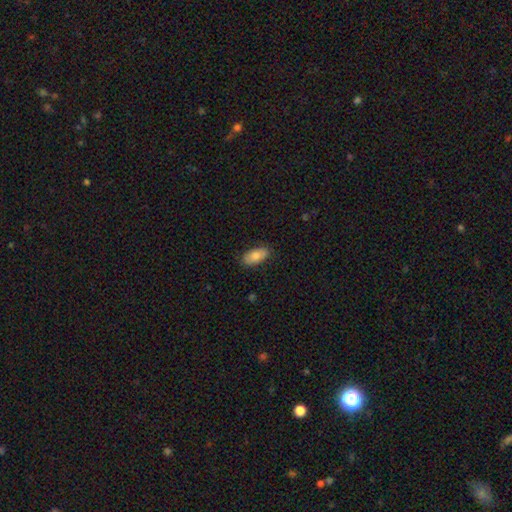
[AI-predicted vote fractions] Smooth or featured? smooth (79%)
How rounded? in between (91%)
Merging? none (86%)